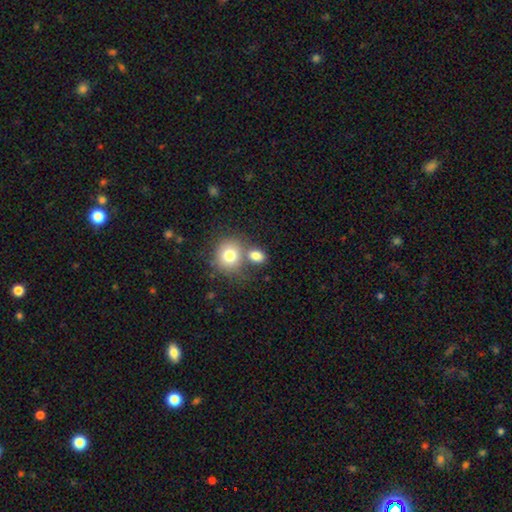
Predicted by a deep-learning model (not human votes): This is clearly a smooth galaxy (81%). How rounded: possibly in between (52%). Merging: possibly none (48%).